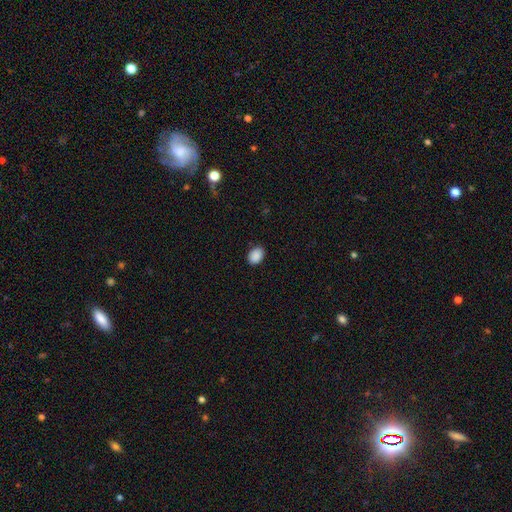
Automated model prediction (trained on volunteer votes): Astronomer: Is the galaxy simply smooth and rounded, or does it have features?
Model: smooth — 90%.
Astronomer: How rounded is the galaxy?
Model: in between — 71%.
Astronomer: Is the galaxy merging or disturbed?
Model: none — 87%.